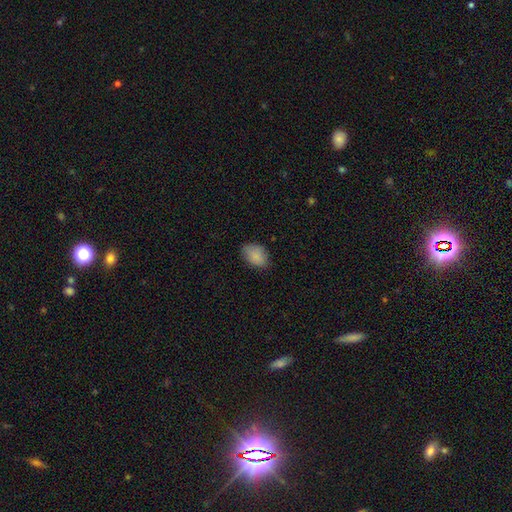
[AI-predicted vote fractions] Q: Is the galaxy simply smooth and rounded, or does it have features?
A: smooth — 87%.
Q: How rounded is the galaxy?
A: in between — 84%.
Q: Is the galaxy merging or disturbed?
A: none — 76%.